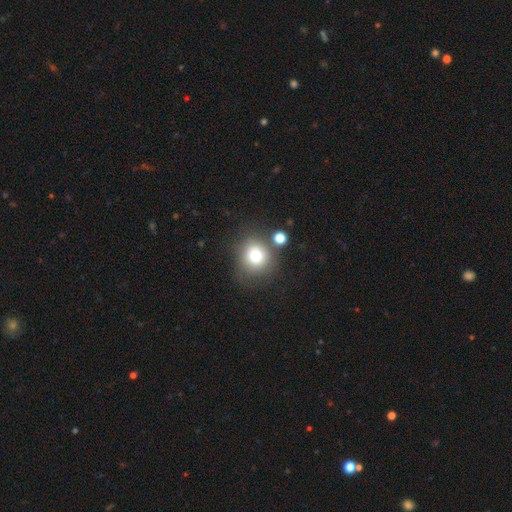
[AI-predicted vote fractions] smooth 74%, star or artifact 14%, featured or disk 11%. Down the decision tree: how rounded — round (84%); merging — none (71%).